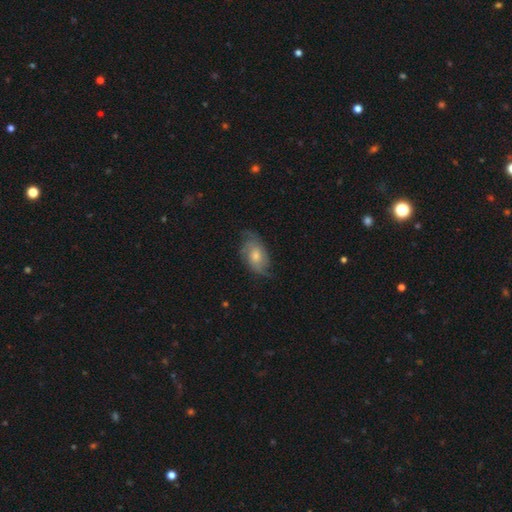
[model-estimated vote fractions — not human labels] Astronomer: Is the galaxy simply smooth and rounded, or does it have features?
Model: featured or disk — 59% (runner-up: smooth, 34%).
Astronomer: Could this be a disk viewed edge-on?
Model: no — 95%.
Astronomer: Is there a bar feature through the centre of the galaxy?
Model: no — 78%.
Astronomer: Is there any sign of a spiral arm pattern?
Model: yes — 85%.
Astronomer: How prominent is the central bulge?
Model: moderate — 51% (runner-up: small, 38%).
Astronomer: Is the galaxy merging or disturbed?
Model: none — 60%.